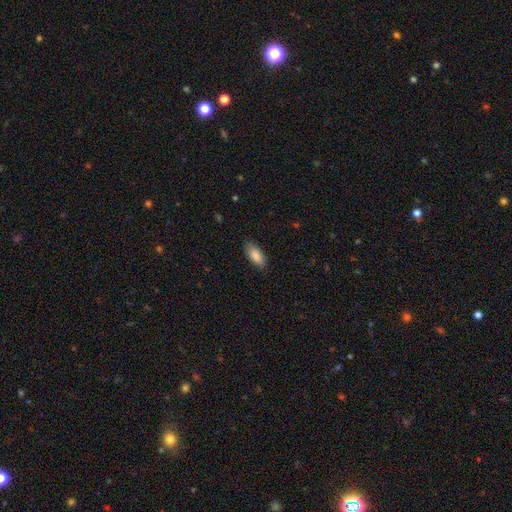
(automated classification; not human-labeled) Morphology: type=smooth (86%); roundness=in between (83%); merging=none (85%).